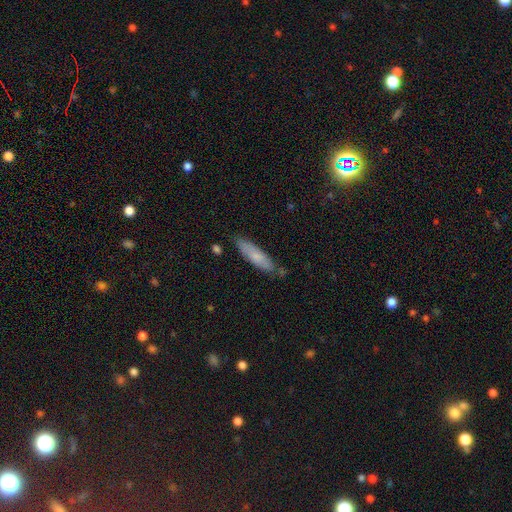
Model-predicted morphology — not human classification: Q: Smooth or featured?
A: smooth (70%); runner-up: featured or disk (24%)
Q: How rounded?
A: cigar-shaped (70%); runner-up: in between (28%)
Q: Merging?
A: none (78%); runner-up: minor disturbance (16%)